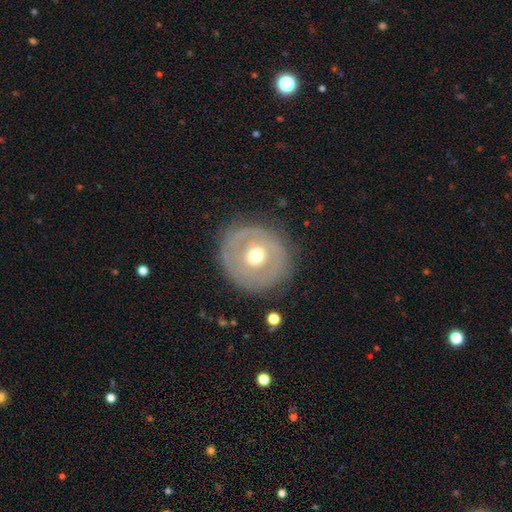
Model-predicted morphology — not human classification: smooth_or_featured: featured or disk (p=0.57) [alt: smooth p=0.36]
disk_edge_on: no (p=0.95) [alt: yes p=0.05]
bar: no (p=0.72) [alt: weak p=0.21]
has_spiral_arms: no (p=0.68) [alt: yes p=0.32]
bulge_size: moderate (p=0.73) [alt: small p=0.17]
merging: none (p=0.78) [alt: minor disturbance p=0.14]